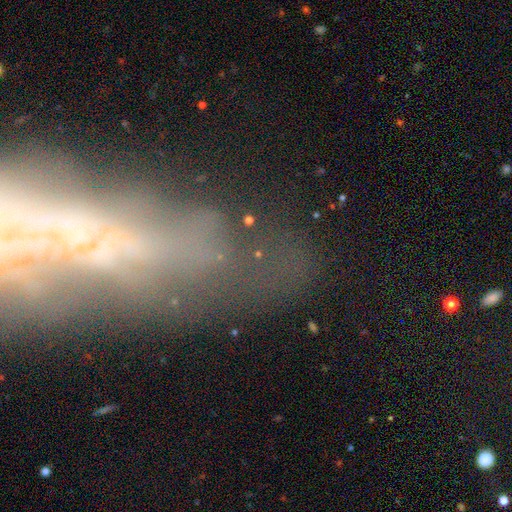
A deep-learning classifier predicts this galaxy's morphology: smooth_or_featured: featured or disk (p=0.50) [alt: star or artifact p=0.25]
disk_edge_on: no (p=0.59) [alt: yes p=0.41]
merging: none (p=0.59) [alt: minor disturbance p=0.19]